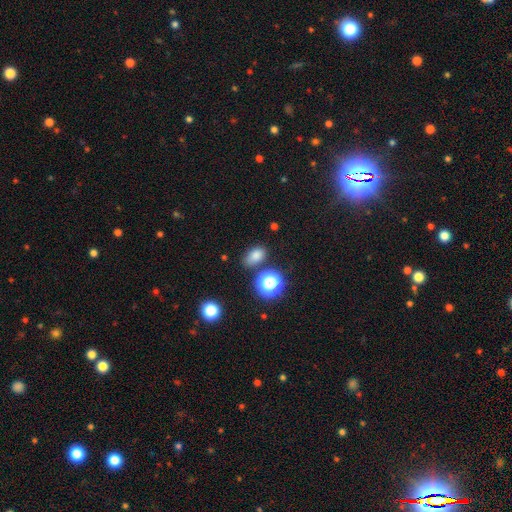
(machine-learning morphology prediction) Smooth or featured? smooth (75%)
How rounded? in between (78%)
Merging? none (71%)